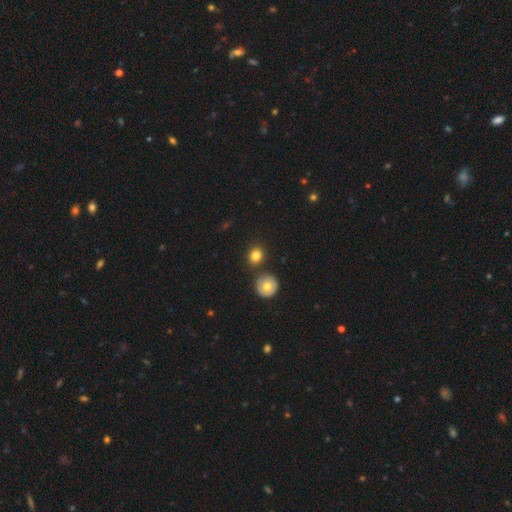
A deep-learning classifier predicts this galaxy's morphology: Smooth or featured? Predicted: smooth (p=0.82). How rounded? Predicted: round (p=0.77). Merging? Predicted: none (p=0.79).